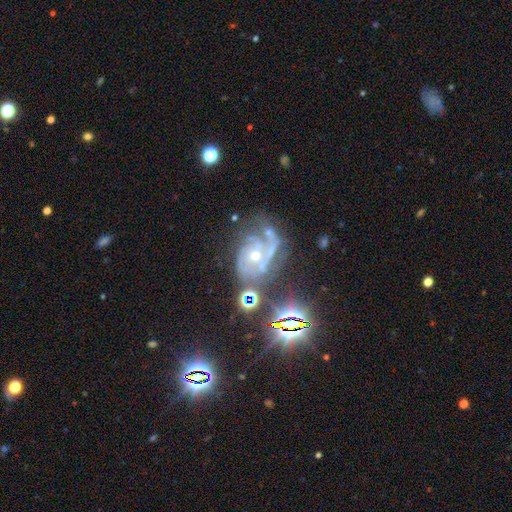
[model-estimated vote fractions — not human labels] Smooth or featured?
  - featured or disk: 80% *
  - star or artifact: 14%
  - smooth: 6%
Edge-on disk?
  - no: 97% *
  - yes: 3%
Bar?
  - no: 68% *
  - weak: 24%
  - strong: 8%
Spiral arms?
  - yes: 95% *
  - no: 5%
Spiral winding?
  - tight: 43% * (tied)
  - medium: 43% * (tied)
  - loose: 14%
Spiral arm count?
  - 3: 32% *
  - 2: 30%
  - can't tell: 19%
  - 1: 8%
  - 4: 6%
  - more than 4: 5%
Bulge size?
  - moderate: 51% *
  - small: 45%
  - large: 2%
  - none: 1%
  - dominant: 1%
Merging?
  - none: 41% *
  - major disturbance: 25%
  - minor disturbance: 23%
  - merger: 11%